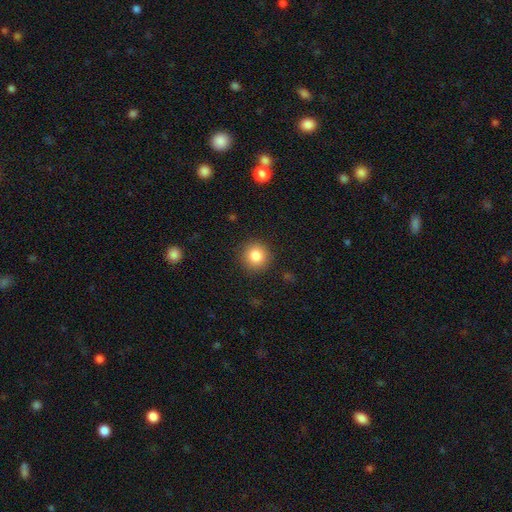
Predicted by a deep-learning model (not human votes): Overall: smooth (84%). How rounded: round (93%). Merging: none (90%).